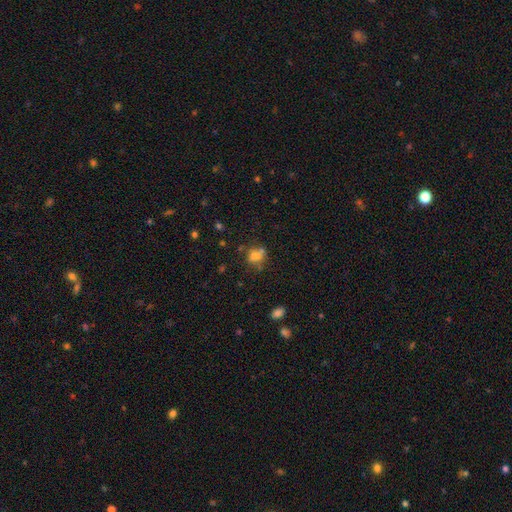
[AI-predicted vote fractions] Q: Smooth or featured?
A: smooth (66%); runner-up: featured or disk (18%)
Q: How rounded?
A: round (54%); runner-up: in between (44%)
Q: Merging?
A: none (47%); runner-up: merger (26%)